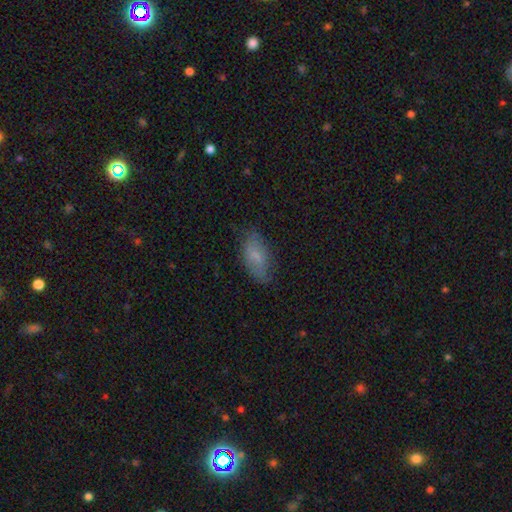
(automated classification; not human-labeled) A smooth galaxy with no disk features (75%) that is in between round and cigar-shaped (89%). Merging: none (73%).